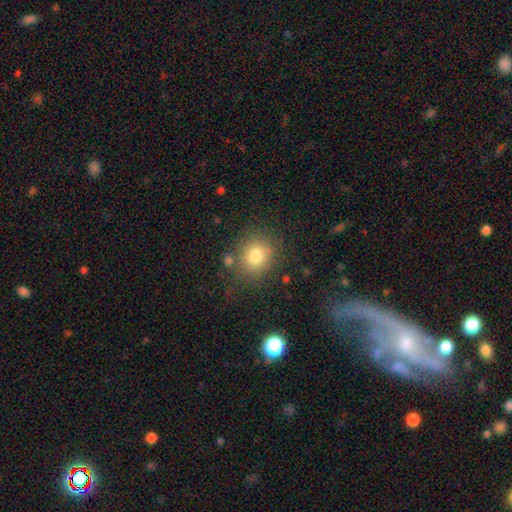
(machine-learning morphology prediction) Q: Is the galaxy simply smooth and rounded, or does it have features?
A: smooth — 79%.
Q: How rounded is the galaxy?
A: round — 78%.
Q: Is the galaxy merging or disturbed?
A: none — 78%.